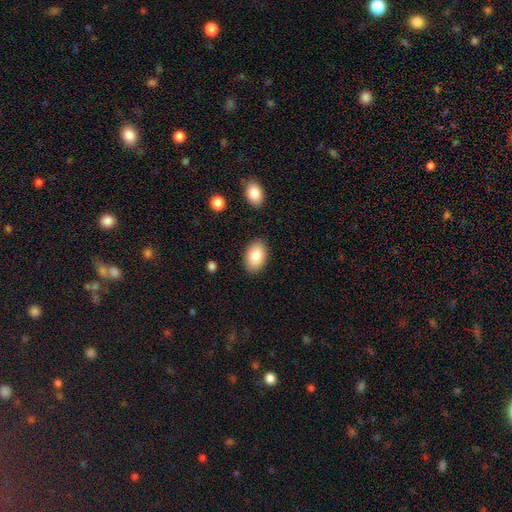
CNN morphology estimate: A smooth galaxy with no disk features (84%) that is in between round and cigar-shaped (89%). Merging: none (87%).